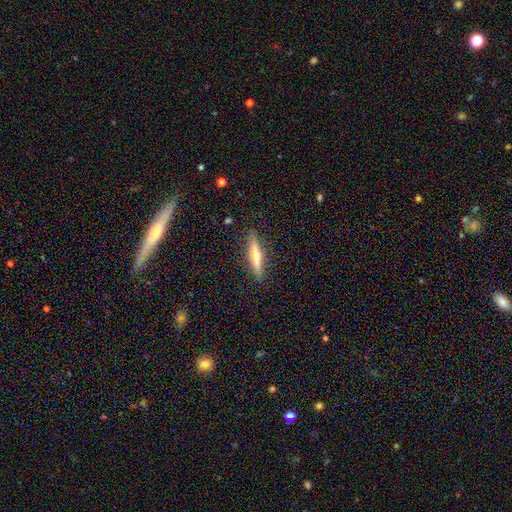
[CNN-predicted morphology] Smooth or featured? featured or disk (60%)
Edge-on disk? yes (96%)
Edge-on bulge? rounded (90%)
Merging? none (89%)